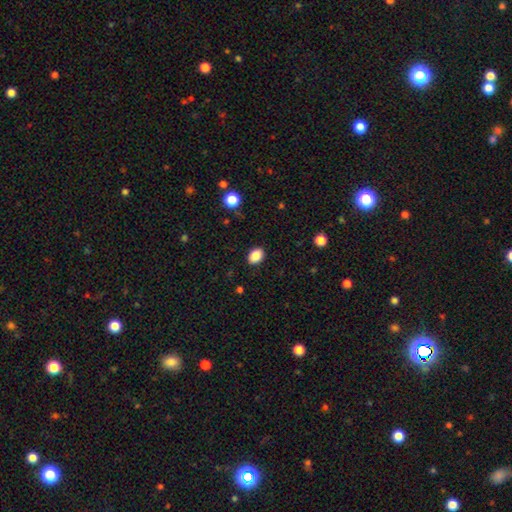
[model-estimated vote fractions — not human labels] smooth_or_featured: smooth (p=0.87) [alt: star or artifact p=0.09]
how_rounded: in between (p=0.76) [alt: round p=0.23]
merging: none (p=0.89) [alt: minor disturbance p=0.08]